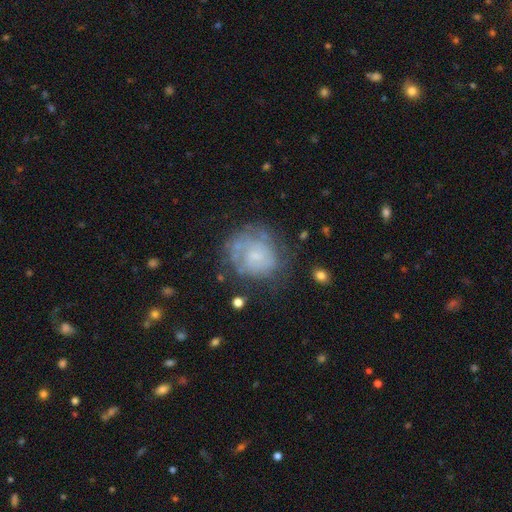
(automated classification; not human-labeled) Smooth or featured: featured or disk — 56% (smooth — 35%)
Edge-on disk: no — 98% (yes — 2%)
Bar: no — 78% (weak — 19%)
Spiral arms: yes — 63% (no — 37%)
Bulge size: small — 58% (moderate — 21%)
Merging: none — 59% (minor disturbance — 22%)